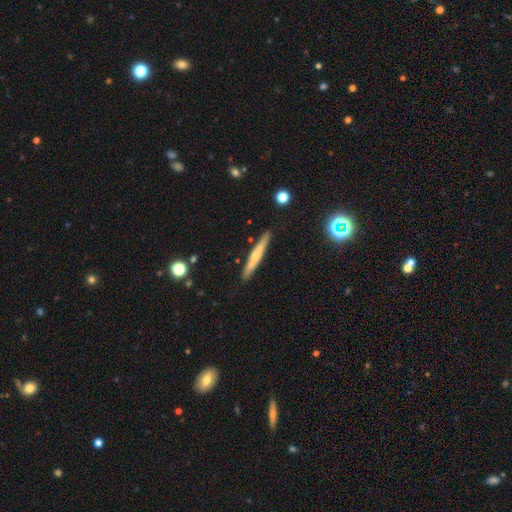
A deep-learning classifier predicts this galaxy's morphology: smooth-or-featured: smooth: 51% | featured or disk: 43% | star or artifact: 6%
  how-rounded: cigar-shaped: 95% | in between: 4% | round: 1%
  merging: none: 90% | minor disturbance: 7% | merger: 2% | major disturbance: 1%